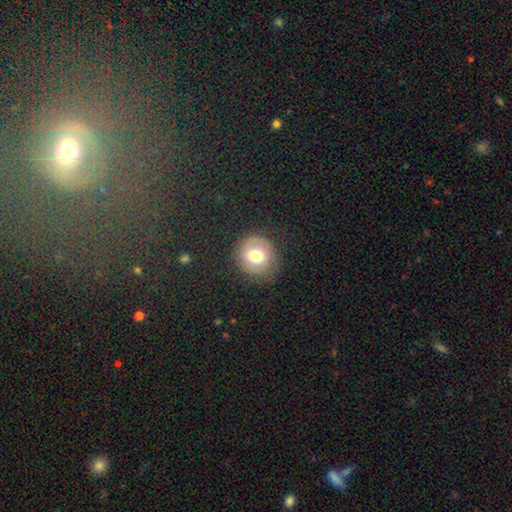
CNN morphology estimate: A smooth galaxy with no disk features (71%) that is round (88%). Merging: none (84%).